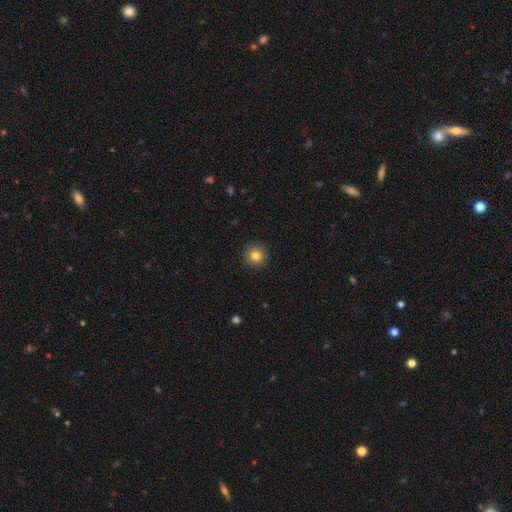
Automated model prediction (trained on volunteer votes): smooth 82%, star or artifact 11%, featured or disk 7%. Down the decision tree: how rounded — round (95%); merging — none (93%).